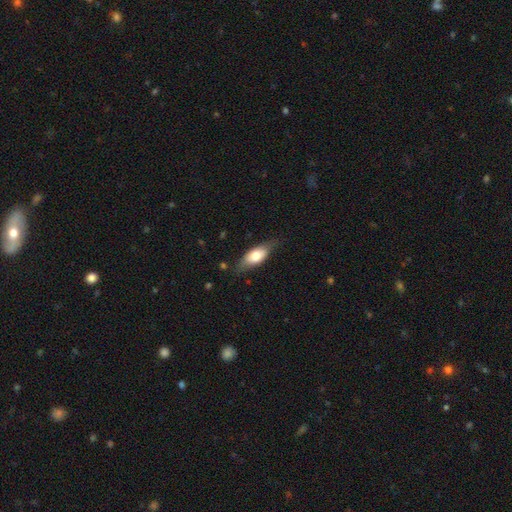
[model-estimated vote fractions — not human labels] smooth-or-featured: smooth: 65% | featured or disk: 29% | star or artifact: 6%
  how-rounded: in between: 79% | cigar-shaped: 17% | round: 4%
  merging: none: 73% | minor disturbance: 20% | major disturbance: 5% | merger: 1%